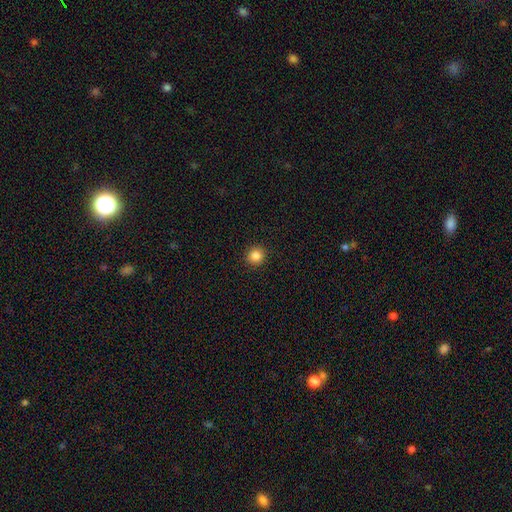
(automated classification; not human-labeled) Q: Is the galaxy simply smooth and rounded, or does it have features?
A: smooth — 85%.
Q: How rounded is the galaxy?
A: round — 93%.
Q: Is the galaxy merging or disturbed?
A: none — 93%.